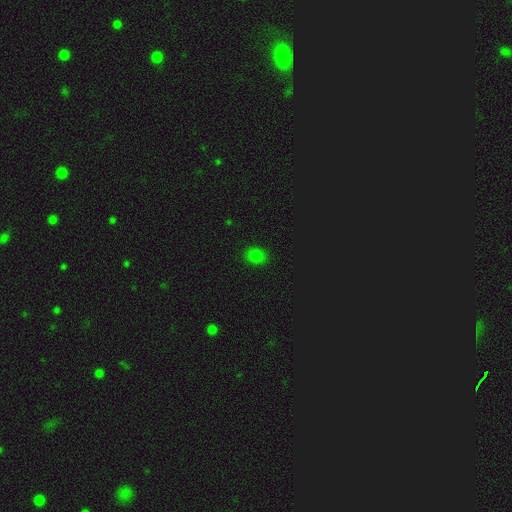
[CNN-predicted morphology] Smooth or featured?
  - smooth: 77% *
  - star or artifact: 18%
  - featured or disk: 5%
How rounded?
  - round: 60% *
  - in between: 39%
  - cigar-shaped: 1%
Merging?
  - none: 88% *
  - minor disturbance: 9%
  - major disturbance: 2%
  - merger: 1%